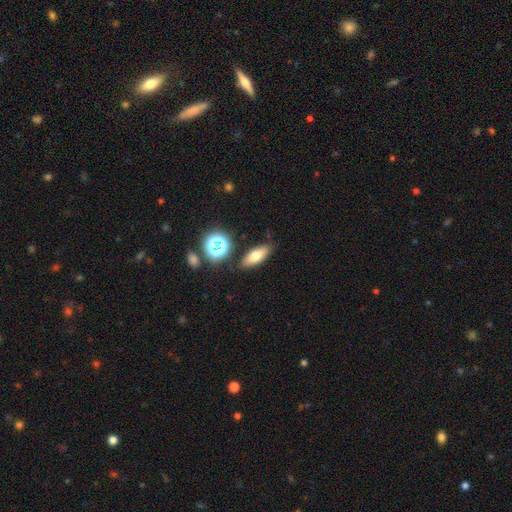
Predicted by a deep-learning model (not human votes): smooth-or-featured: smooth: 69% | featured or disk: 19% | star or artifact: 12%
  how-rounded: in between: 67% | cigar-shaped: 26% | round: 7%
  merging: none: 83% | minor disturbance: 10% | merger: 3% | major disturbance: 3%